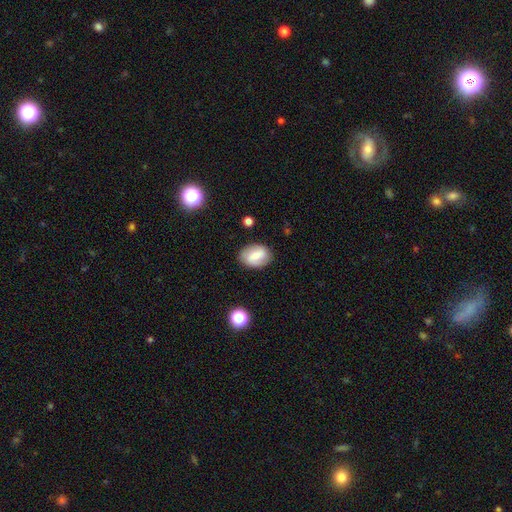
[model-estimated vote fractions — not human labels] Overall: smooth (68%). How rounded: in between (75%). Merging: none (81%).